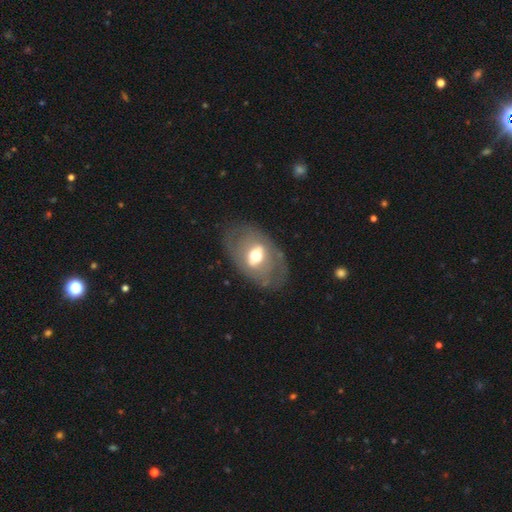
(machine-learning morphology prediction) featured or disk 58%, smooth 34%, star or artifact 7%. Down the decision tree: edge-on disk — no (87%); bar — strong (37%); spiral arms — no (79%); bulge size — moderate (64%); merging — none (75%).